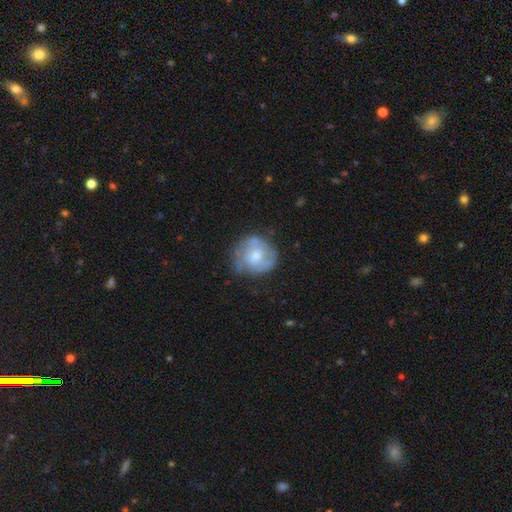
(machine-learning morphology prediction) smooth-or-featured: featured or disk: 50% | smooth: 43% | star or artifact: 7%
  disk-edge-on: no: 97% | yes: 3%
  merging: none: 61% | minor disturbance: 25% | major disturbance: 11% | merger: 3%